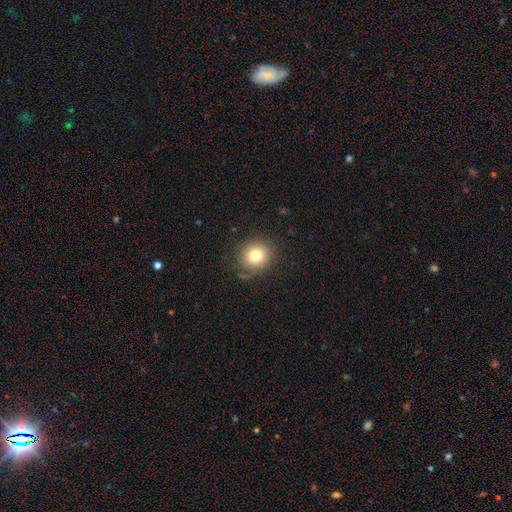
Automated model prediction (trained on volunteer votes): Smooth or featured? Predicted: smooth (p=0.78). How rounded? Predicted: round (p=0.87). Merging? Predicted: none (p=0.84).